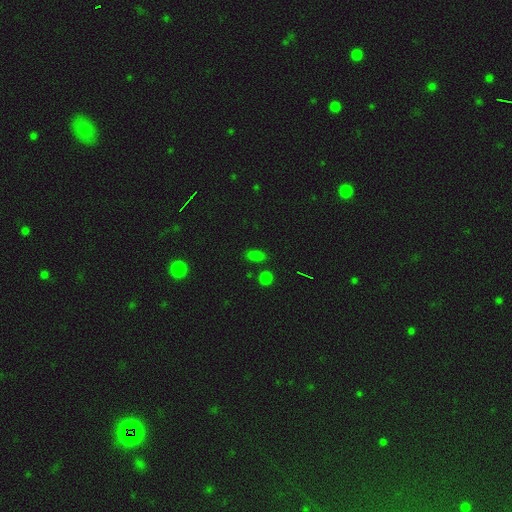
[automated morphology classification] Smooth or featured? smooth (73%)
How rounded? in between (81%)
Merging? none (81%)